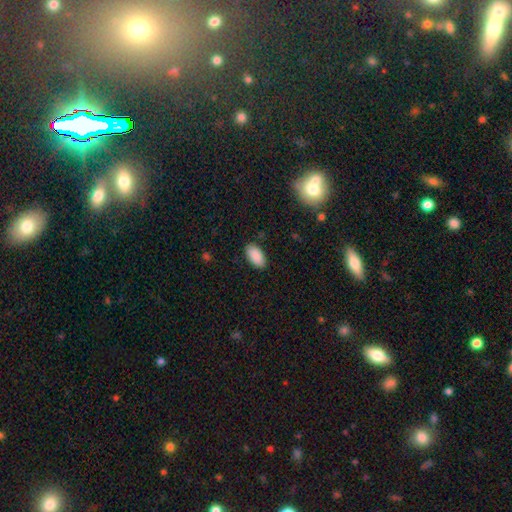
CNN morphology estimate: Smooth or featured?
  - smooth: 90% *
  - star or artifact: 7%
  - featured or disk: 3%
How rounded?
  - in between: 95% *
  - round: 3%
  - cigar-shaped: 2%
Merging?
  - none: 87% *
  - minor disturbance: 9%
  - major disturbance: 2%
  - merger: 1%